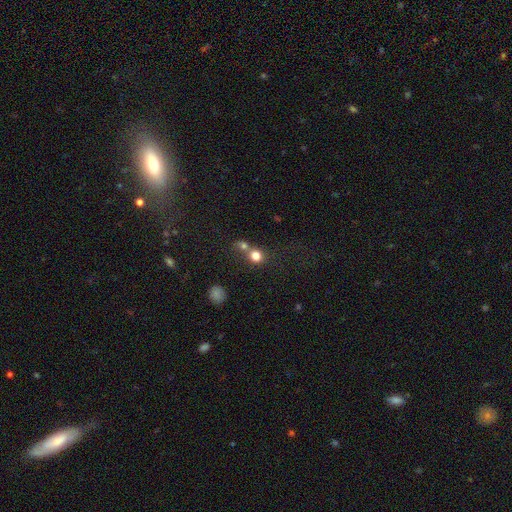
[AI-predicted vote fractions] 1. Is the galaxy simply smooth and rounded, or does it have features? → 78% smooth, 13% star or artifact, 9% featured or disk.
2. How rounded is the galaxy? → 83% round, 16% in between, 1% cigar-shaped.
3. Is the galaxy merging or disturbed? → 46% merger, 41% none, 8% minor disturbance, 5% major disturbance.